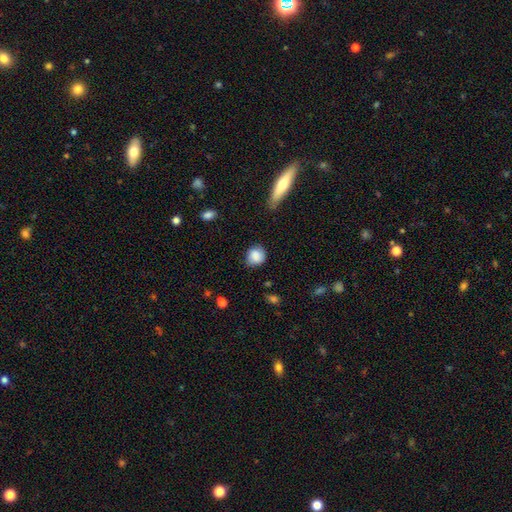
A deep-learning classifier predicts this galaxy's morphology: This is clearly a smooth galaxy (86%). How rounded: likely round (79%). Merging: likely none (72%).